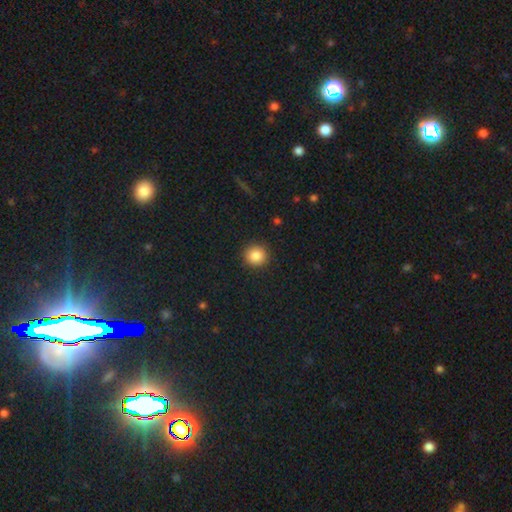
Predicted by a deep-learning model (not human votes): Smooth or featured?
  - smooth: 86% *
  - star or artifact: 10%
  - featured or disk: 4%
How rounded?
  - round: 92% *
  - in between: 7%
  - cigar-shaped: 1%
Merging?
  - none: 92% *
  - minor disturbance: 5%
  - major disturbance: 2%
  - merger: 1%